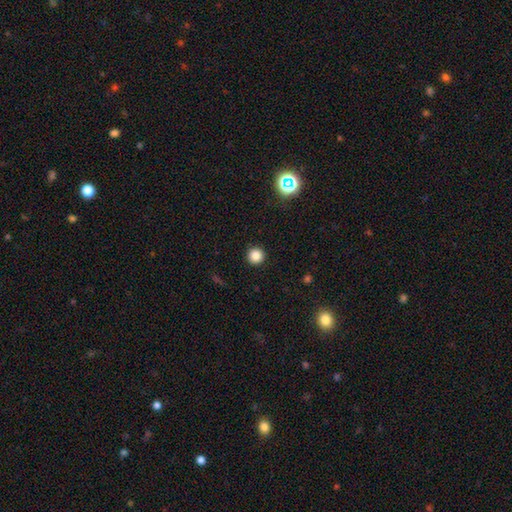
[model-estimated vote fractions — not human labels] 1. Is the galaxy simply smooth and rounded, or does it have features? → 84% smooth, 12% star or artifact, 4% featured or disk.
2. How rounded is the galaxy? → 96% round, 3% in between, 1% cigar-shaped.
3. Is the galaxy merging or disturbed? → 93% none, 5% minor disturbance, 2% major disturbance, 1% merger.